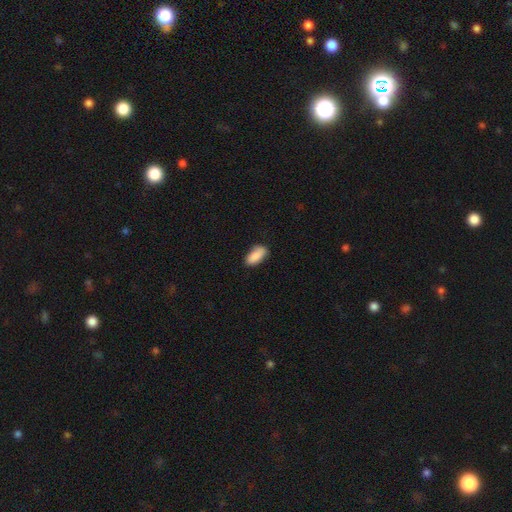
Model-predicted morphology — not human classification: This appears to be a smooth galaxy with no disk features (89%) that is in between round and cigar-shaped (89%). Merging: none (81%).